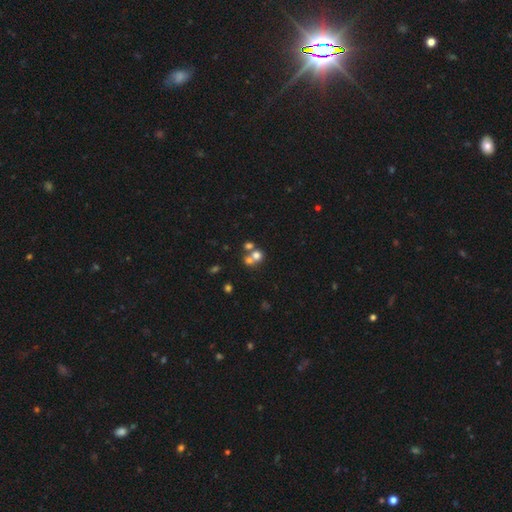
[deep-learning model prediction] This is likely a smooth galaxy (65%). How rounded: clearly round (80%). Merging: possibly merger (51%).